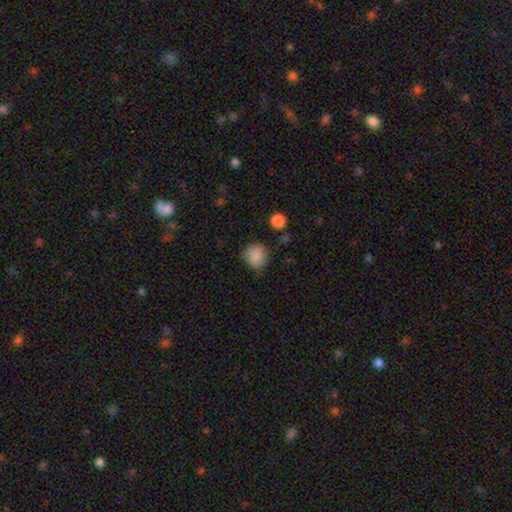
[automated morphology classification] Smooth or featured? smooth (85%)
How rounded? round (81%)
Merging? none (71%)